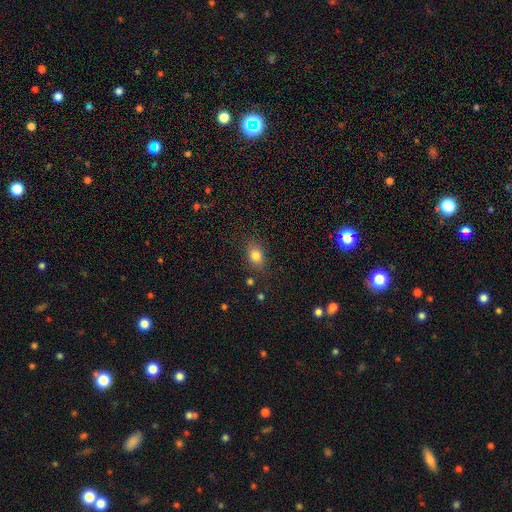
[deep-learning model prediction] Morphology: type=smooth (81%); roundness=in between (65%); merging=none (81%).